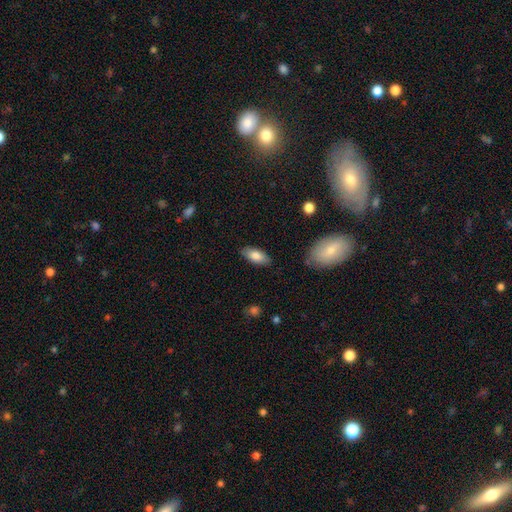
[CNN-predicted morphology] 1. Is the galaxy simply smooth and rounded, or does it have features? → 81% smooth, 13% featured or disk, 6% star or artifact.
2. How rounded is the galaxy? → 88% in between, 10% cigar-shaped, 2% round.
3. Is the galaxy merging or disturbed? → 85% none, 11% minor disturbance, 2% major disturbance, 1% merger.